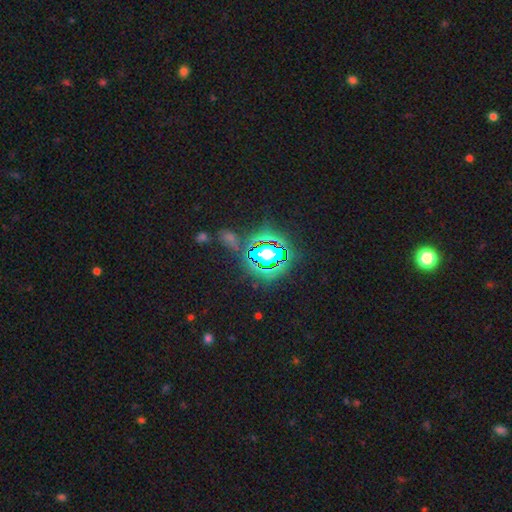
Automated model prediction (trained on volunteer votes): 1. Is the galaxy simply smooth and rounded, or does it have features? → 85% star or artifact, 9% smooth, 6% featured or disk.